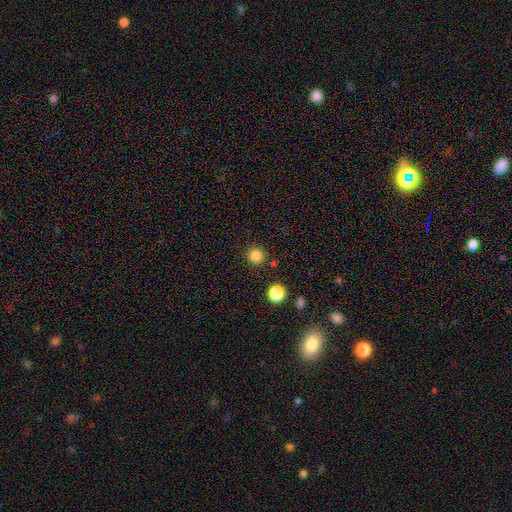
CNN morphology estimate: smooth_or_featured: smooth (p=0.84) [alt: star or artifact p=0.12]
how_rounded: round (p=0.93) [alt: in between p=0.06]
merging: none (p=0.88) [alt: minor disturbance p=0.06]